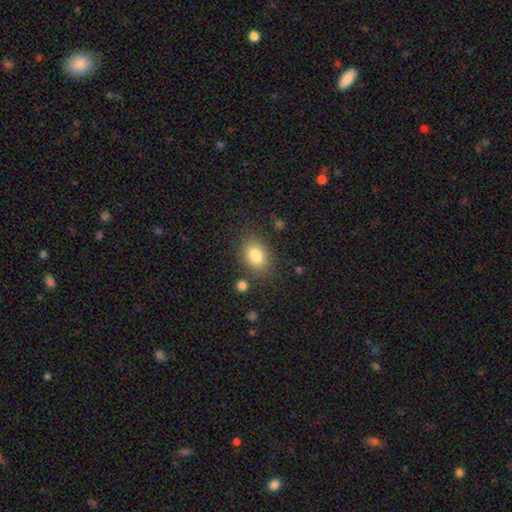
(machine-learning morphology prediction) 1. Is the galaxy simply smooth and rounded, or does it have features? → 82% smooth, 9% star or artifact, 9% featured or disk.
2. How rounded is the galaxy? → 64% in between, 34% round, 1% cigar-shaped.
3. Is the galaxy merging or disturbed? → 79% none, 13% minor disturbance, 4% major disturbance, 4% merger.